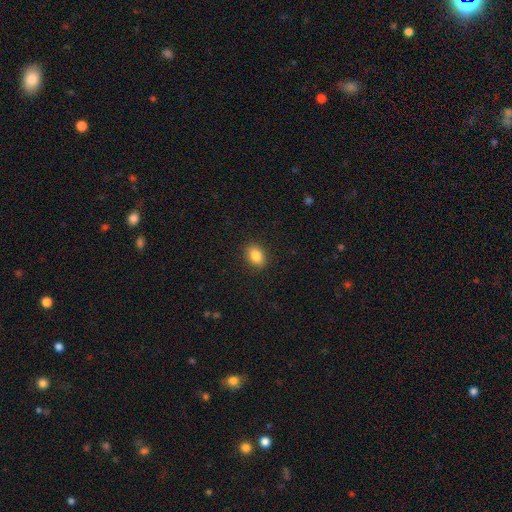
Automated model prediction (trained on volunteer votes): Morphology: type=smooth (86%); roundness=in between (76%); merging=none (89%).